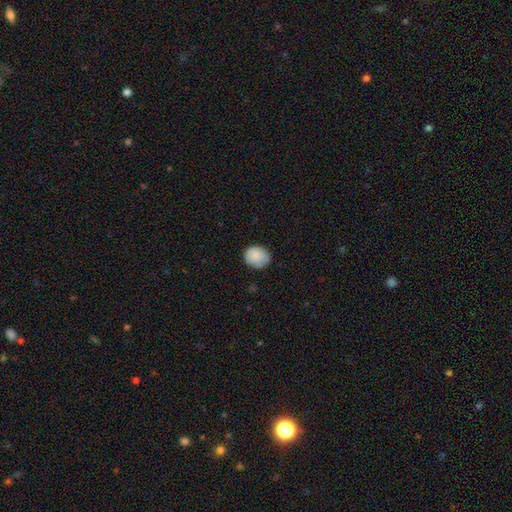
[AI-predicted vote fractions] Q: Smooth or featured?
A: smooth (87%); runner-up: star or artifact (7%)
Q: How rounded?
A: round (66%); runner-up: in between (33%)
Q: Merging?
A: none (79%); runner-up: minor disturbance (17%)